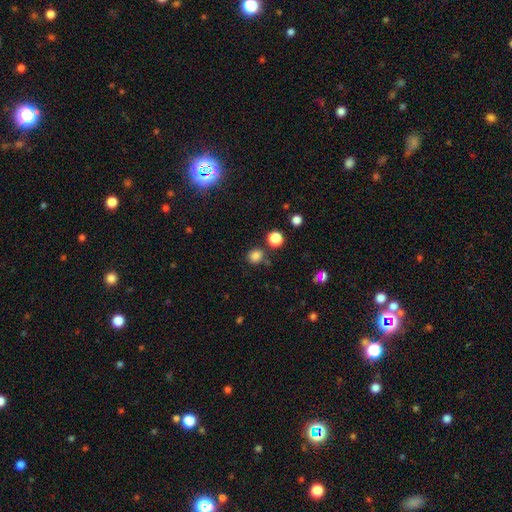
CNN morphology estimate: Overall: smooth (82%). How rounded: round (78%). Merging: none (78%).